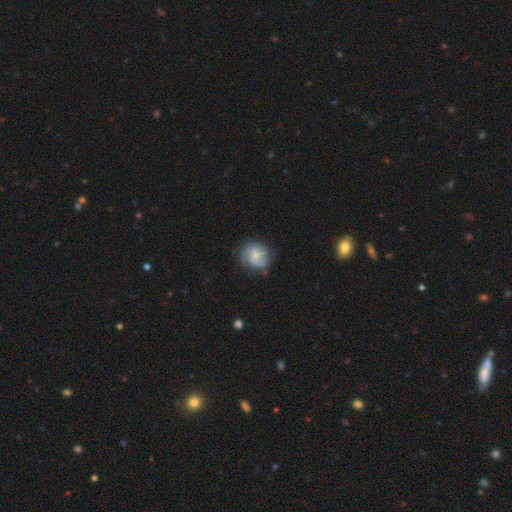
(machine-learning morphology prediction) A featured or disk galaxy (75%) with no bar (53%), 2 (71%) medium (47%) spiral arms (95%) and a small central bulge (55%).

Vote fractions:
- Smooth or featured? featured or disk: 75% / smooth: 19% / star or artifact: 6%
- Edge-on disk? no: 98% / yes: 2%
- Bar? no: 53% / weak: 41% / strong: 6%
- Spiral arms? yes: 95% / no: 5%
- Spiral winding? medium: 47% / tight: 36% / loose: 16%
- Spiral arm count? 2: 71% / 3: 11% / can't tell: 10% / 1: 3% / 4: 2% / more than 4: 2%
- Bulge size? small: 55% / moderate: 38% / none: 4% / large: 2% / dominant: 1%
- Merging? none: 77% / minor disturbance: 16% / major disturbance: 5% / merger: 1%